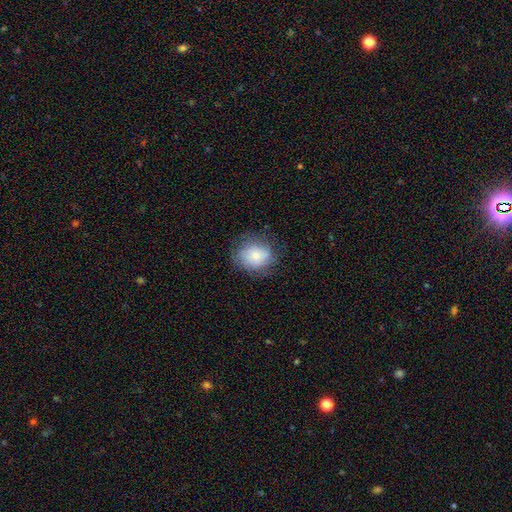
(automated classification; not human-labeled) A smooth galaxy with no disk features (72%) that is round (67%). Merging: none (69%).